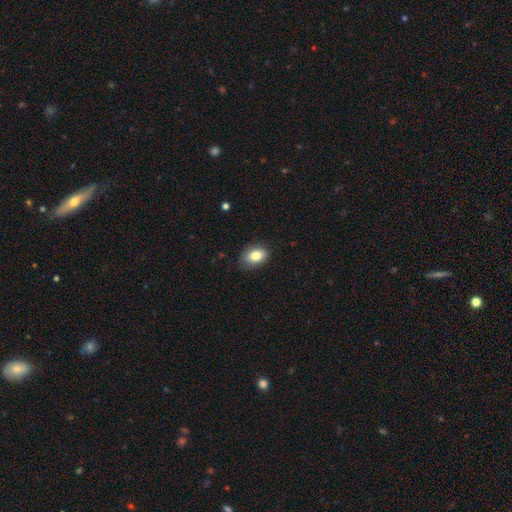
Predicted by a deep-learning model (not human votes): smooth_or_featured: smooth (p=0.83) [alt: featured or disk p=0.09]
how_rounded: in between (p=0.82) [alt: round p=0.17]
merging: none (p=0.82) [alt: minor disturbance p=0.14]